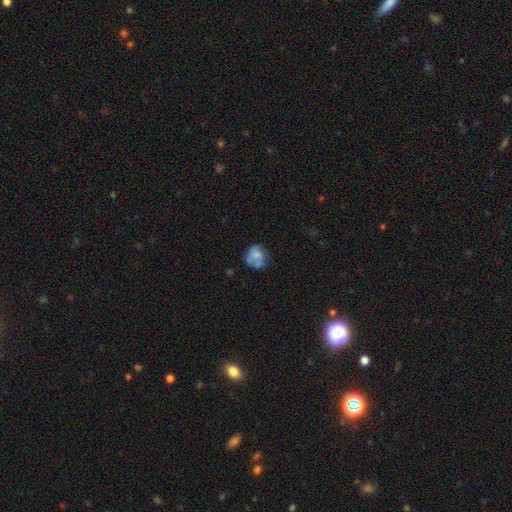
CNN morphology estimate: smooth_or_featured: smooth (p=0.60) [alt: featured or disk p=0.32]
how_rounded: round (p=0.65) [alt: in between p=0.34]
merging: none (p=0.40) [alt: merger p=0.24]